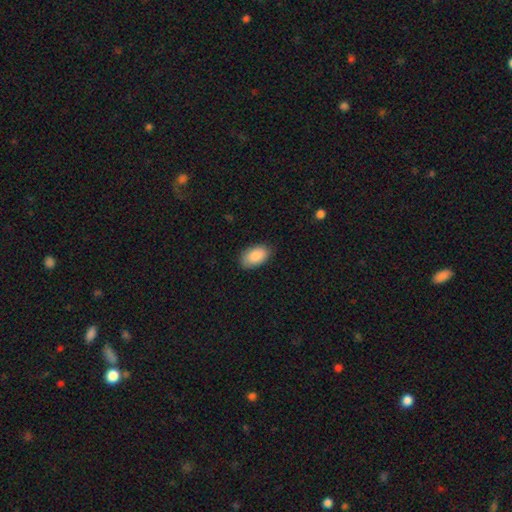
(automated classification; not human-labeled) Q: Smooth or featured?
A: smooth (89%); runner-up: star or artifact (6%)
Q: How rounded?
A: in between (94%); runner-up: round (4%)
Q: Merging?
A: none (84%); runner-up: minor disturbance (13%)